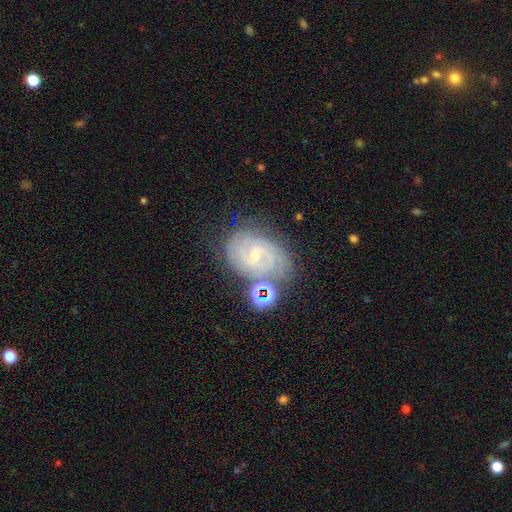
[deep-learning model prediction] Smooth or featured: featured or disk — 81% (smooth — 10%)
Edge-on disk: no — 97% (yes — 3%)
Bar: no — 49% (weak — 41%)
Spiral arms: yes — 95% (no — 5%)
Spiral winding: tight — 71% (medium — 24%)
Spiral arm count: 2 — 33% (can't tell — 30%)
Bulge size: small — 68% (moderate — 29%)
Merging: none — 67% (minor disturbance — 18%)